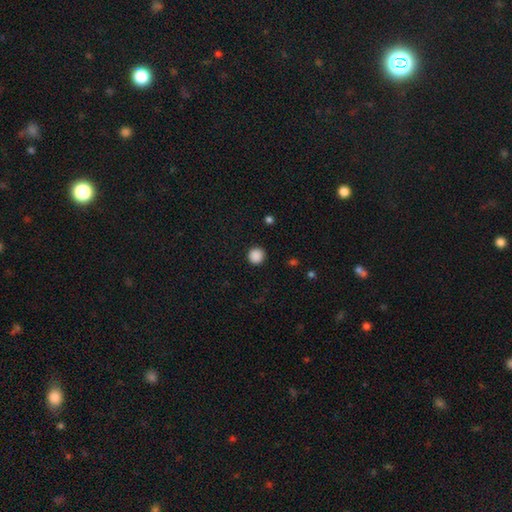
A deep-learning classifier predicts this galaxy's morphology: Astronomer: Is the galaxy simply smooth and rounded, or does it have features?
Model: smooth — 88%.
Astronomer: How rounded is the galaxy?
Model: round — 94%.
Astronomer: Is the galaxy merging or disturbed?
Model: none — 92%.